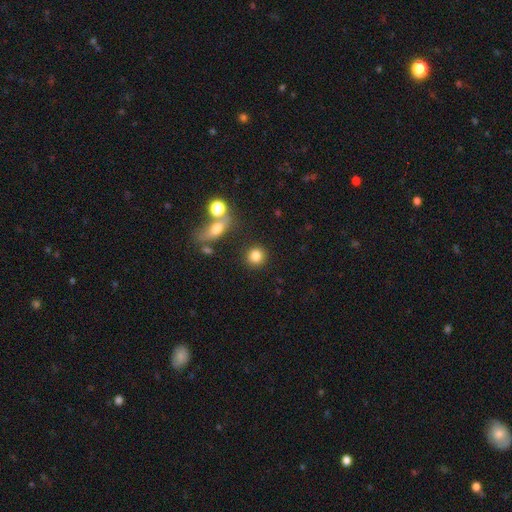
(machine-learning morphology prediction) Q: Smooth or featured?
A: smooth (82%); runner-up: star or artifact (11%)
Q: How rounded?
A: round (87%); runner-up: in between (11%)
Q: Merging?
A: none (83%); runner-up: minor disturbance (8%)